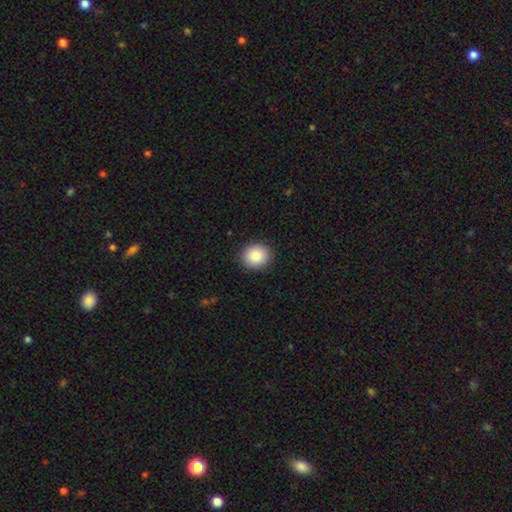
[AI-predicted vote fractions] Smooth or featured?
  - smooth: 87% *
  - star or artifact: 8%
  - featured or disk: 5%
How rounded?
  - round: 81% *
  - in between: 18%
  - cigar-shaped: 1%
Merging?
  - none: 91% *
  - minor disturbance: 6%
  - major disturbance: 2%
  - merger: 1%